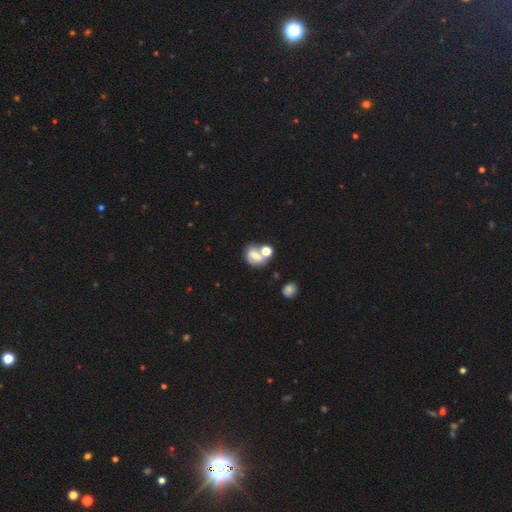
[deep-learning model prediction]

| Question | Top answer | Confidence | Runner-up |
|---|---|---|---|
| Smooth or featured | smooth | 60% | featured or disk (25%) |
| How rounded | in between | 51% | round (47%) |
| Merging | merger | 41% | none (38%) |